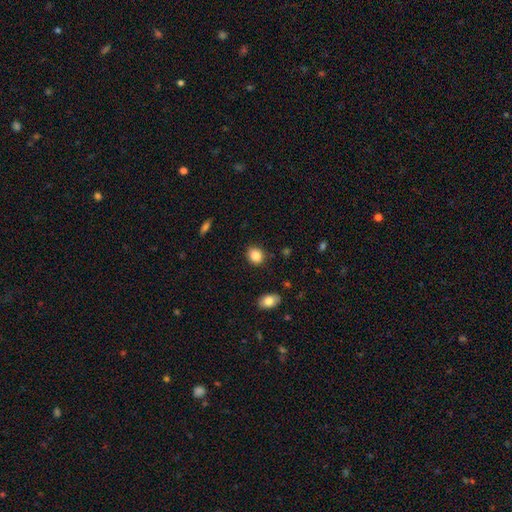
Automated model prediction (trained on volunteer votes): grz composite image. It shows a smooth galaxy with no disk features (87%) that is round (59%). Merging: none (86%).